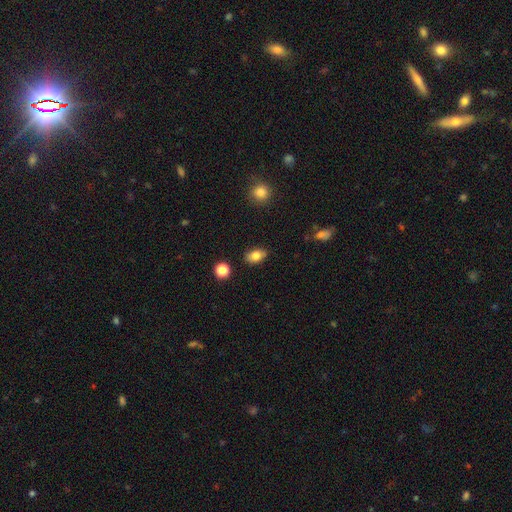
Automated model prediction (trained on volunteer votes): Q: Smooth or featured?
A: smooth (80%); runner-up: featured or disk (11%)
Q: How rounded?
A: in between (84%); runner-up: round (14%)
Q: Merging?
A: none (85%); runner-up: minor disturbance (11%)